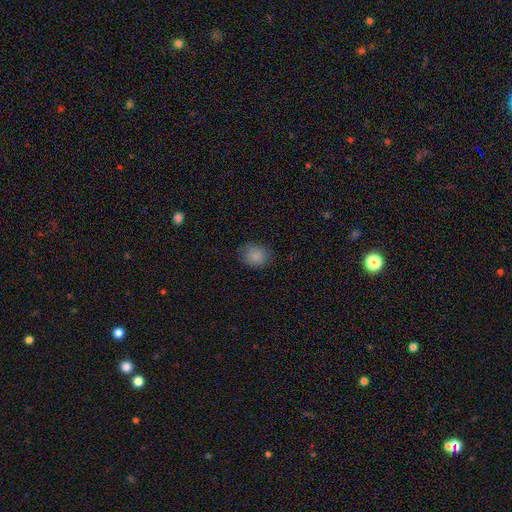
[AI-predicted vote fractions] Overall: smooth (86%). How rounded: round (55%; in between 44%). Merging: none (81%).